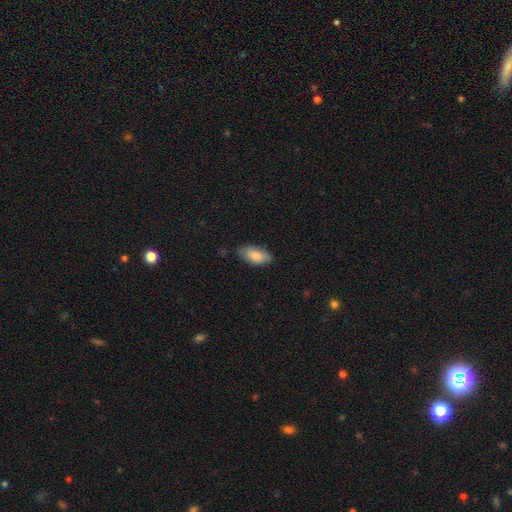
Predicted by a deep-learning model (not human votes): A smooth galaxy with no disk features (84%) that is in between round and cigar-shaped (92%). Merging: none (78%).